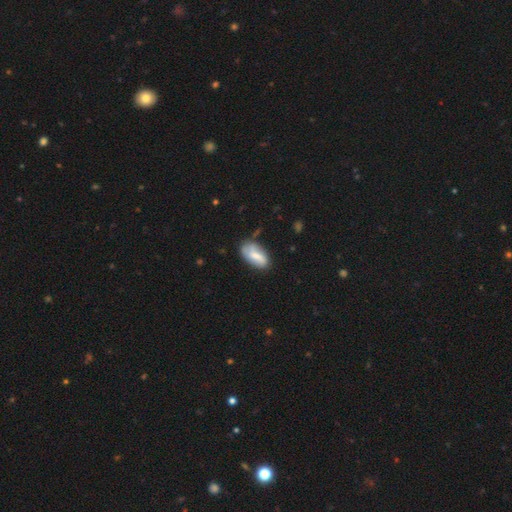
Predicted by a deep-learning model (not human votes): smooth-or-featured: smooth: 63% | featured or disk: 30% | star or artifact: 7%
  how-rounded: in between: 92% | cigar-shaped: 6% | round: 3%
  merging: none: 62% | minor disturbance: 27% | major disturbance: 7% | merger: 4%